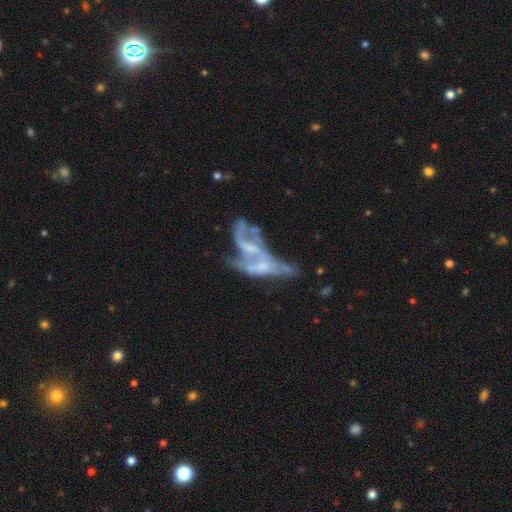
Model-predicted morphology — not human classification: featured or disk 73%, smooth 15%, star or artifact 12%. Down the decision tree: edge-on disk — no (91%); bar — no (67%); spiral arms — yes (58%); bulge size — none (39%); merging — merger (59%).